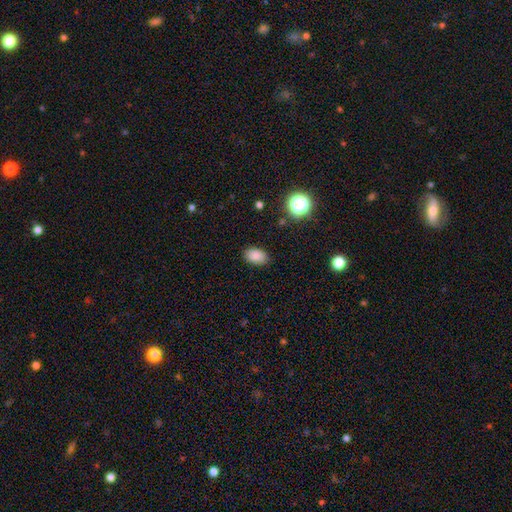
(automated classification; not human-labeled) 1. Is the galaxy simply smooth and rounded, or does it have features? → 85% smooth, 10% star or artifact, 5% featured or disk.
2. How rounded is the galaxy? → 88% in between, 11% round, 1% cigar-shaped.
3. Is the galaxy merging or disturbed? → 86% none, 10% minor disturbance, 2% major disturbance, 1% merger.